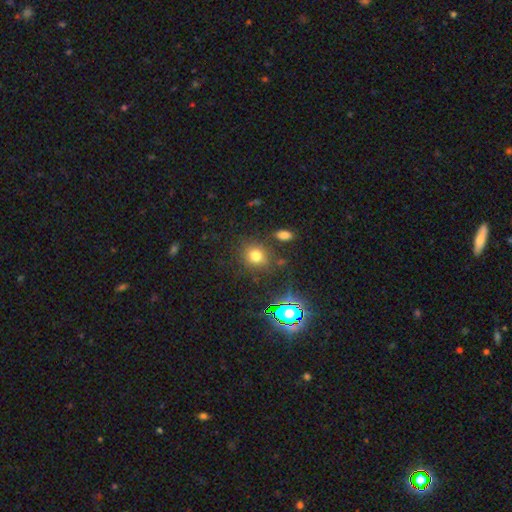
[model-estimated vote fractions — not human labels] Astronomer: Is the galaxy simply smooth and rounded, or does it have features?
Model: smooth — 71%.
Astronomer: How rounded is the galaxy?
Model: round — 78%.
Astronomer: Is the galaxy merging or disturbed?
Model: none — 80%.